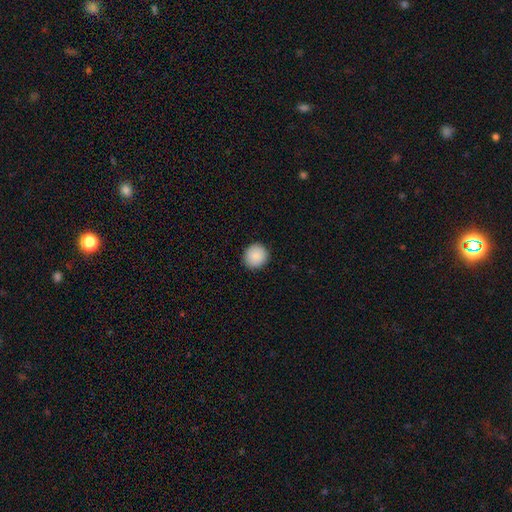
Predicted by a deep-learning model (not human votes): The model was most divided on "smooth or featured": smooth: 90%, star or artifact: 7%, featured or disk: 3%. More confident: how rounded — round (92%); merging — none (92%).